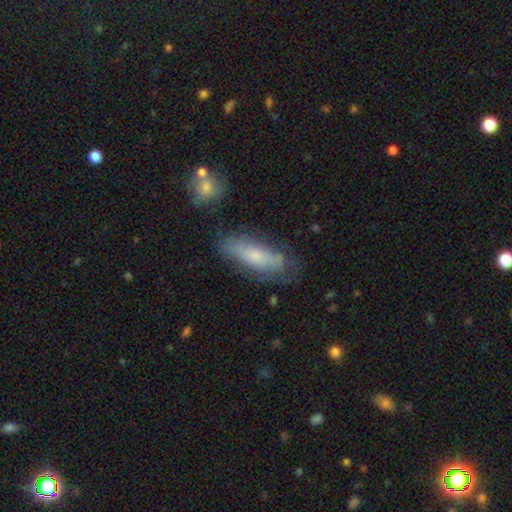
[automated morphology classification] Q: Smooth or featured?
A: smooth (57%); runner-up: featured or disk (36%)
Q: How rounded?
A: in between (59%); runner-up: cigar-shaped (39%)
Q: Merging?
A: none (62%); runner-up: minor disturbance (25%)